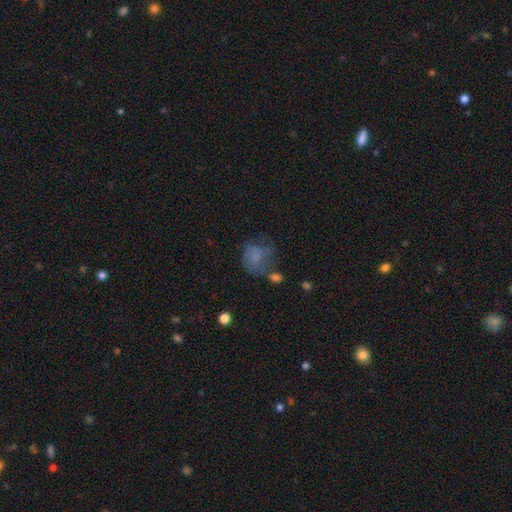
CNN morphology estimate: smooth 65%, featured or disk 22%, star or artifact 13%. Down the decision tree: how rounded — round (53%); merging — major disturbance (33%, tied with none).